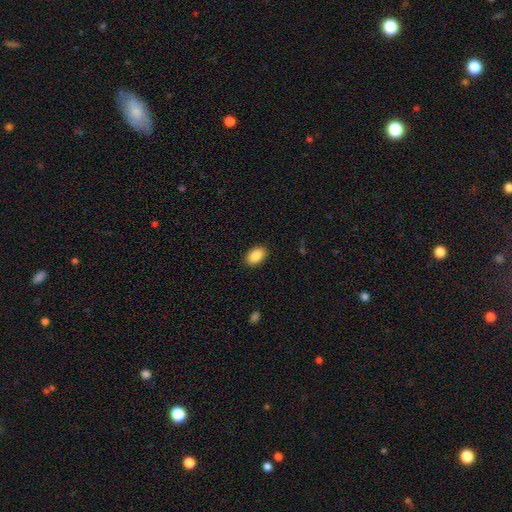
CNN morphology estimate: Q: Smooth or featured?
A: smooth (88%); runner-up: star or artifact (7%)
Q: How rounded?
A: in between (89%); runner-up: round (10%)
Q: Merging?
A: none (89%); runner-up: minor disturbance (8%)